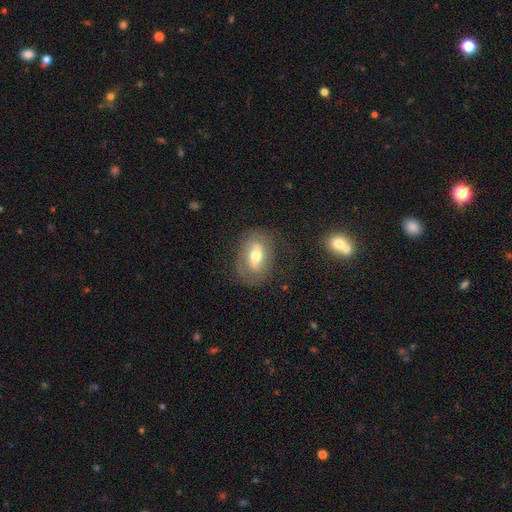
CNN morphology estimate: Smooth or featured? featured or disk (50%)
Edge-on disk? no (86%)
Merging? none (71%)